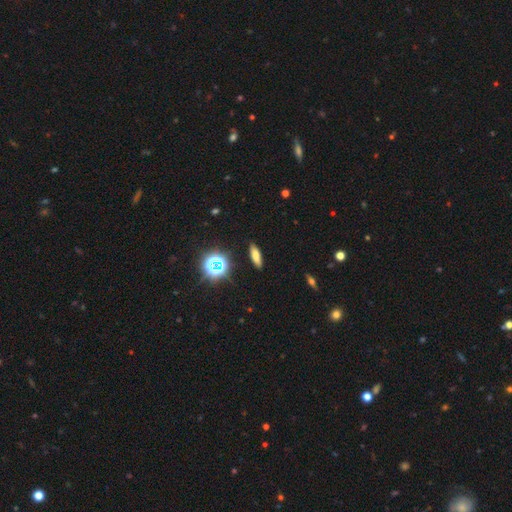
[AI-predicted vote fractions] A smooth galaxy with no disk features (69%) that is cigar-shaped (55%).

Vote fractions:
- Smooth or featured? smooth: 69% / star or artifact: 19% / featured or disk: 13%
- How rounded? cigar-shaped: 55% / in between: 39% / round: 6%
- Merging? none: 89% / minor disturbance: 7% / major disturbance: 2% / merger: 1%